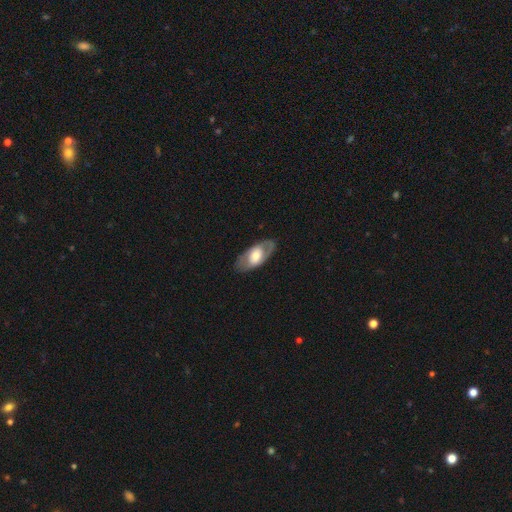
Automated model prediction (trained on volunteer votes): A featured or disk galaxy (52%). Merging: none (80%).